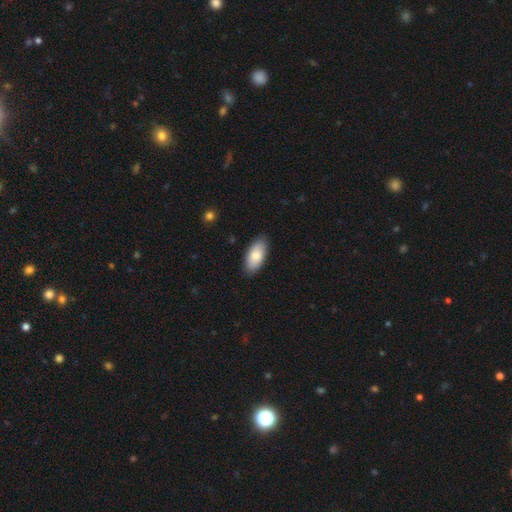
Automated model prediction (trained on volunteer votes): smooth-or-featured: smooth: 81% | featured or disk: 13% | star or artifact: 6%
  how-rounded: in between: 90% | cigar-shaped: 8% | round: 2%
  merging: none: 87% | minor disturbance: 10% | major disturbance: 2% | merger: 1%